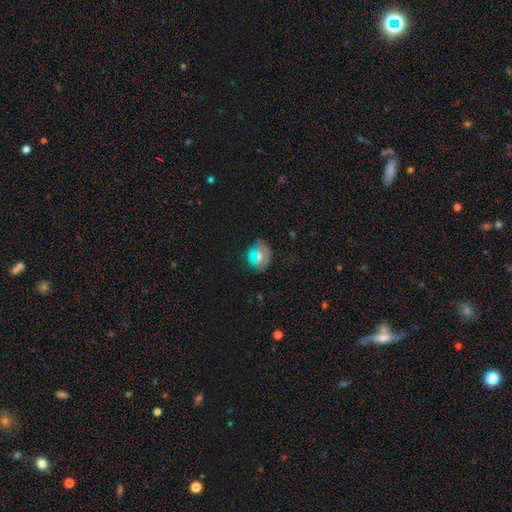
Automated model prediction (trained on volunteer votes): A smooth galaxy with no disk features (62%) that is round (76%).

Vote fractions:
- Smooth or featured? smooth: 62% / star or artifact: 26% / featured or disk: 12%
- How rounded? round: 76% / in between: 21% / cigar-shaped: 3%
- Merging? none: 81% / minor disturbance: 13% / major disturbance: 4% / merger: 2%